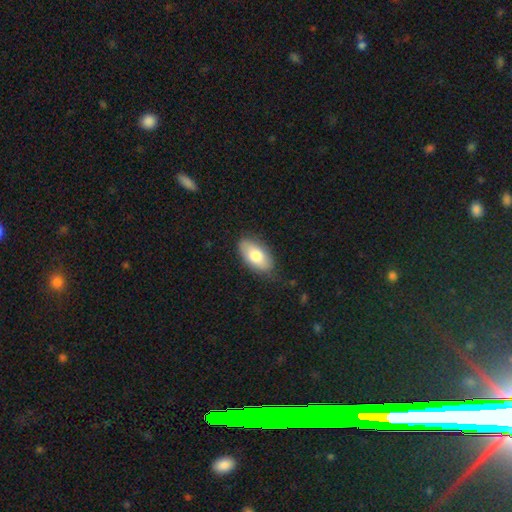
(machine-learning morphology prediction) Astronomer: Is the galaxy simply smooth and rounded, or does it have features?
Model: smooth — 76%.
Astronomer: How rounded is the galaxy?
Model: in between — 93%.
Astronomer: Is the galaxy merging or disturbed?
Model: none — 78%.